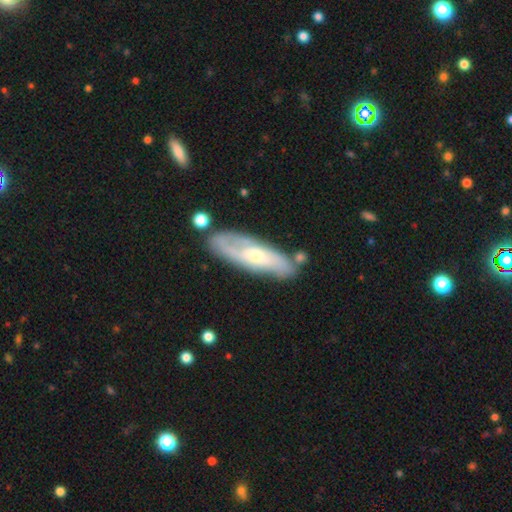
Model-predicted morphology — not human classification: smooth-or-featured: featured or disk: 66% | smooth: 28% | star or artifact: 6%
  disk-edge-on: no: 76% | yes: 24%
    bar: no: 63% | weak: 30% | strong: 7%
    has-spiral-arms: yes: 80% | no: 20%
    bulge-size: moderate: 53% | small: 40% | large: 4% | none: 2% | dominant: 1%
  merging: none: 72% | minor disturbance: 17% | merger: 6% | major disturbance: 5%